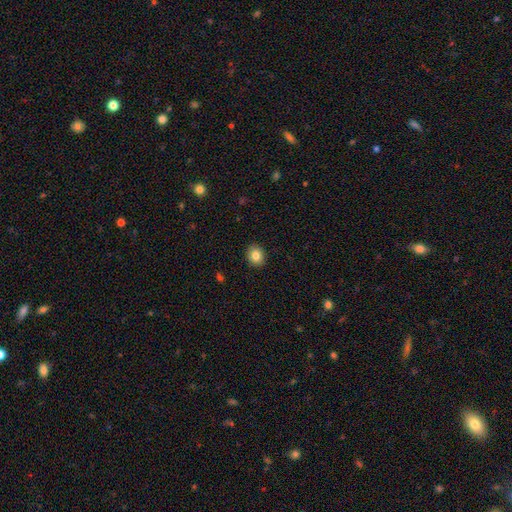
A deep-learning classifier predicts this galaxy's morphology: Smooth or featured: smooth — 84% (star or artifact — 10%)
How rounded: round — 65% (in between — 34%)
Merging: none — 91% (minor disturbance — 6%)